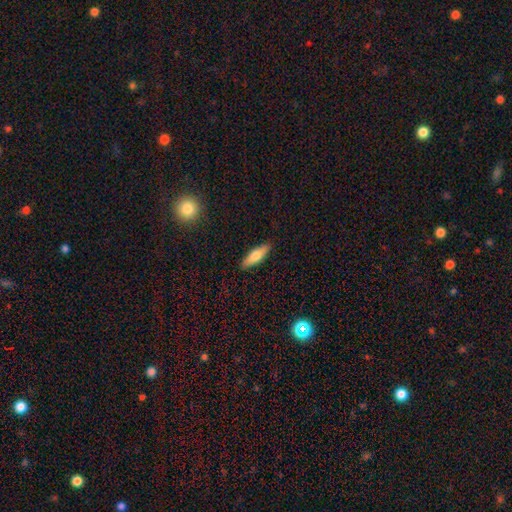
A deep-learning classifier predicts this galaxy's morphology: type=smooth (68%); roundness=cigar-shaped (55%); merging=none (89%).